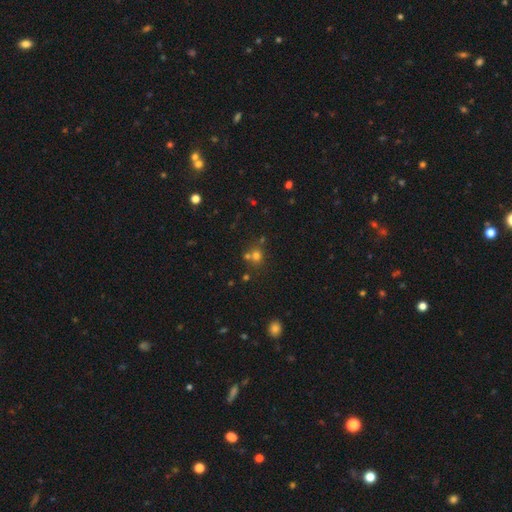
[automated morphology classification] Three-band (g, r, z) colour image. It shows a smooth galaxy with no disk features (64%) that is round (83%). Merging: none (56%).